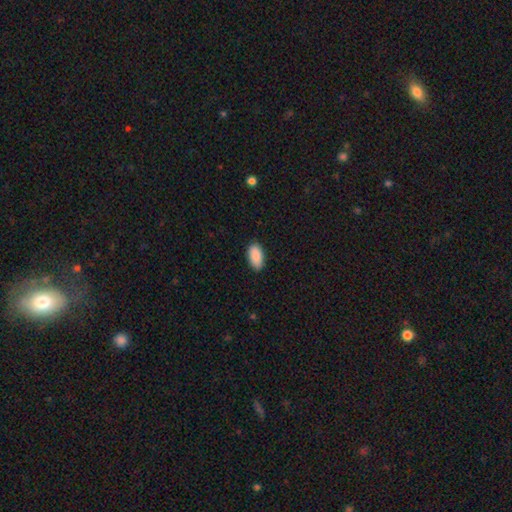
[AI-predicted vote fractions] Smooth or featured? smooth (90%)
How rounded? in between (94%)
Merging? none (86%)